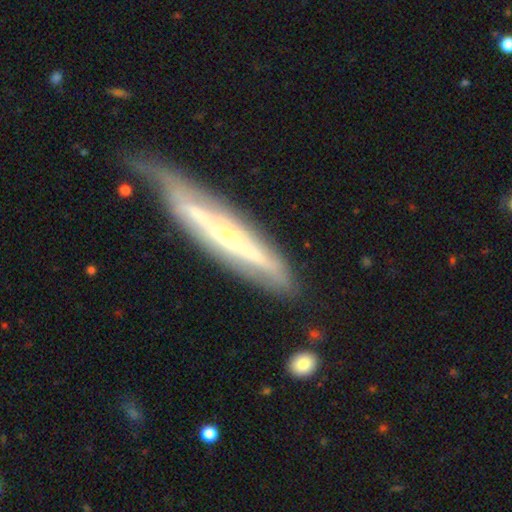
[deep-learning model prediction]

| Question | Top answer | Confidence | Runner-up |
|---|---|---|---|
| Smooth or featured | featured or disk | 66% | smooth (27%) |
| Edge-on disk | yes | 72% | no (28%) |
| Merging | none | 69% | minor disturbance (17%) |